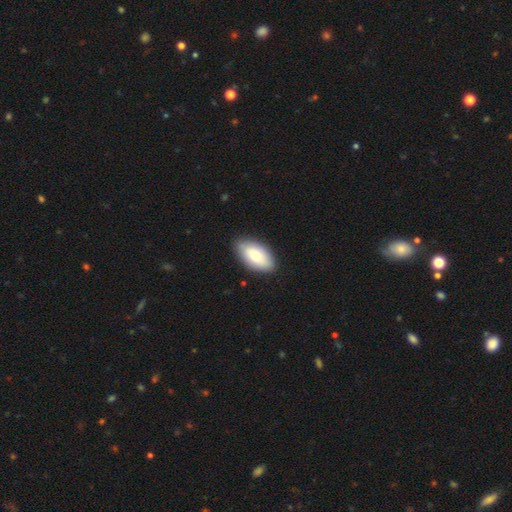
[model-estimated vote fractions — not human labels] smooth 80%, featured or disk 14%, star or artifact 6%. Down the decision tree: how rounded — in between (94%); merging — none (86%).